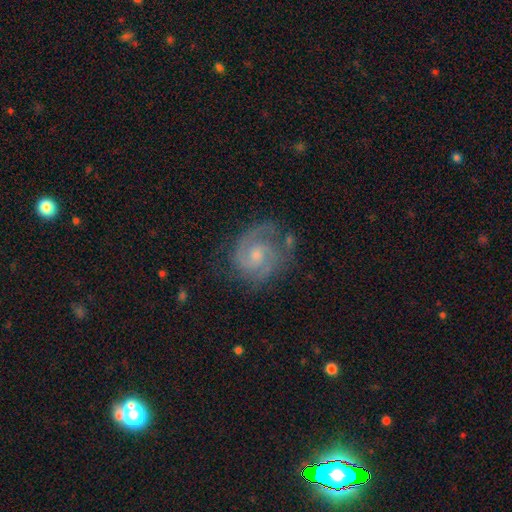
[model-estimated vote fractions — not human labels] This is clearly a featured or disk galaxy (84%). It is clearly not viewed edge-on (98%). Bar: possibly no (53%). Spiral arm pattern: clearly yes (96%). Spiral arm count: likely 2 (76%). Spiral winding: possibly tight (47%). Central bulge: possibly small (45%, tied with moderate). Merging: likely none (69%).